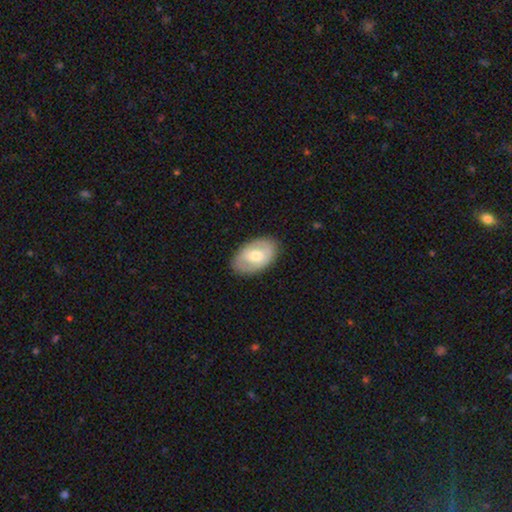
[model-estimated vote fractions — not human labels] smooth 53%, featured or disk 41%, star or artifact 6%. Down the decision tree: how rounded — in between (90%); merging — none (84%).